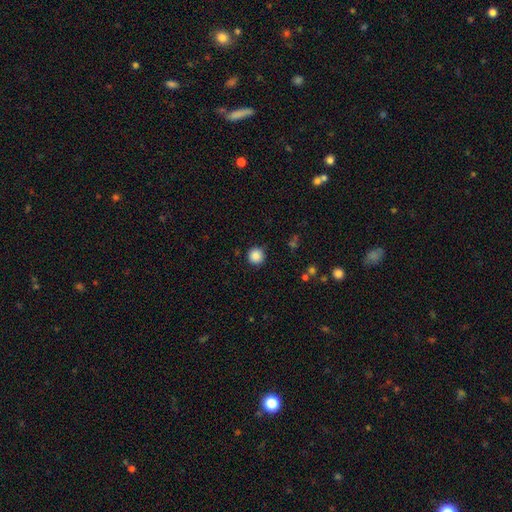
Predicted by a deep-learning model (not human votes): Morphology: type=smooth (87%); roundness=round (95%); merging=none (90%).